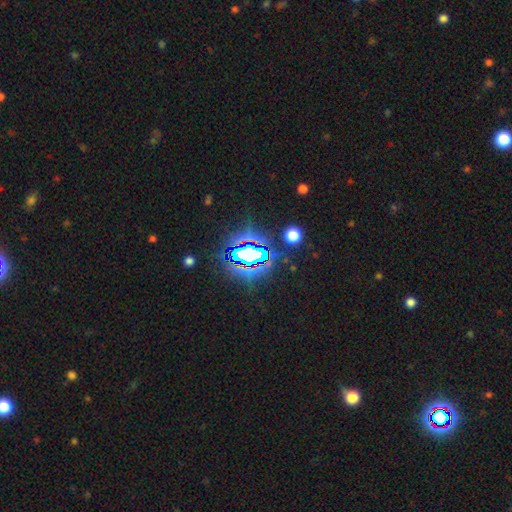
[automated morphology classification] Smooth or featured: star or artifact — 83% (smooth — 10%)